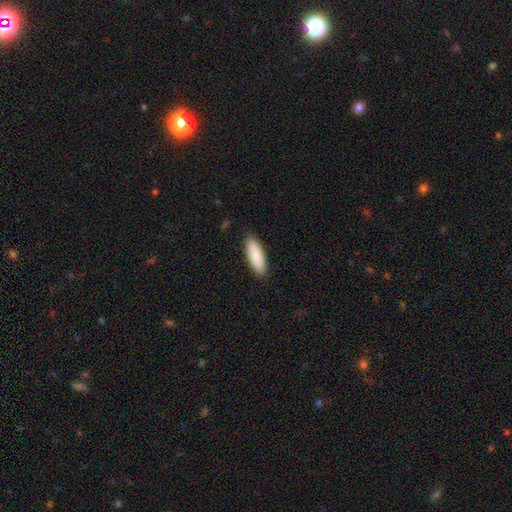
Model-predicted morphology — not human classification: Smooth or featured?
  - smooth: 87% *
  - featured or disk: 8%
  - star or artifact: 5%
How rounded?
  - in between: 61% *
  - cigar-shaped: 38%
  - round: 2%
Merging?
  - none: 89% *
  - minor disturbance: 8%
  - major disturbance: 2%
  - merger: 1%